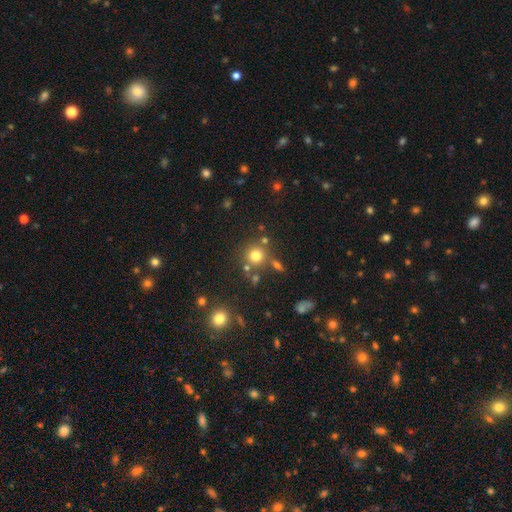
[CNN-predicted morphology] This is likely a smooth galaxy (74%). How rounded: clearly round (92%). Merging: likely none (74%).